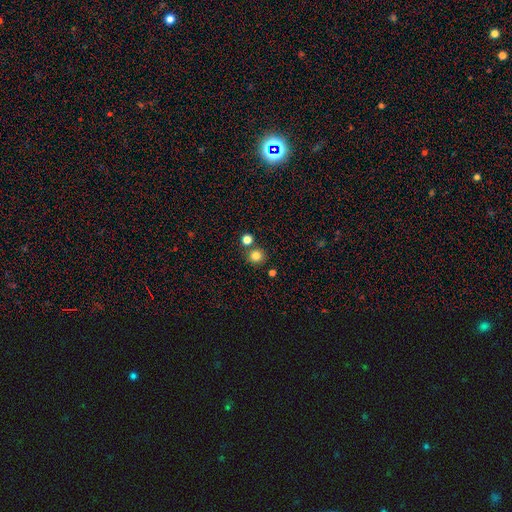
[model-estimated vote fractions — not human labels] This appears to be a smooth galaxy with no disk features (82%) that is round (93%). Merging: none (79%).